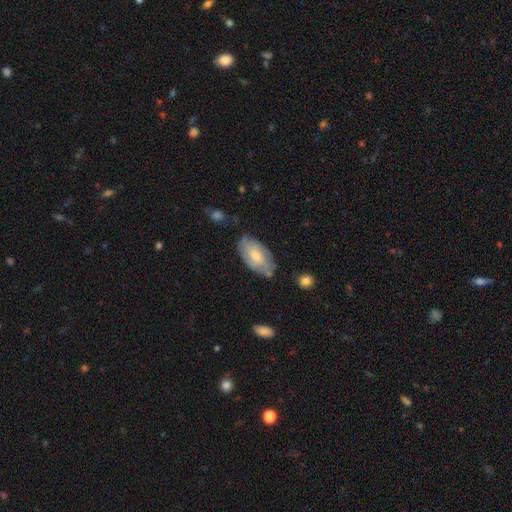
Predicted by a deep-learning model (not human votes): smooth 53%, featured or disk 41%, star or artifact 6%. Down the decision tree: how rounded — in between (93%); merging — none (67%).